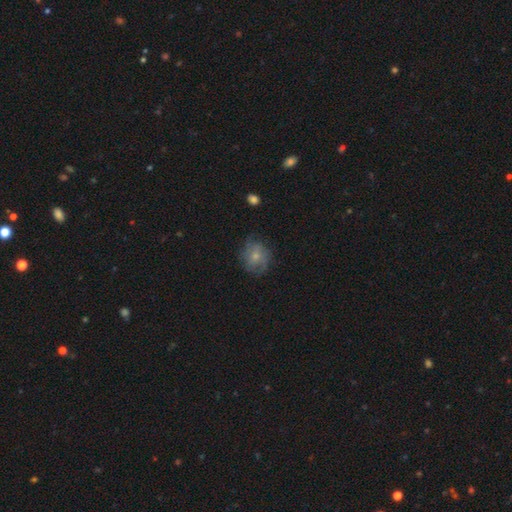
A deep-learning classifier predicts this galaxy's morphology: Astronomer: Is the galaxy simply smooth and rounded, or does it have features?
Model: smooth — 57% (runner-up: featured or disk, 34%).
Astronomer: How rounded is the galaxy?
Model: round — 76%.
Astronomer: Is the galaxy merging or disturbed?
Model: none — 63%.